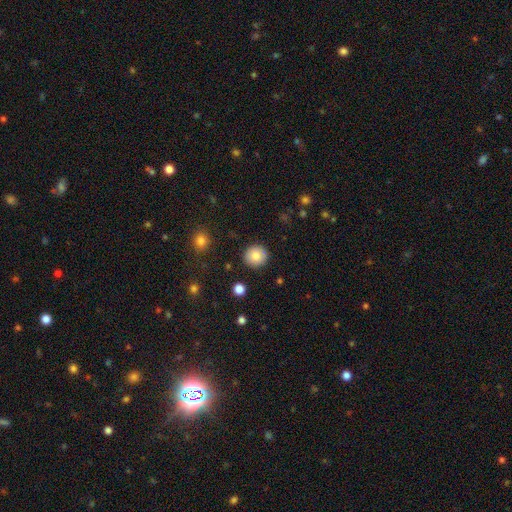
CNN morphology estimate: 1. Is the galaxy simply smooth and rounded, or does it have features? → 85% smooth, 8% star or artifact, 7% featured or disk.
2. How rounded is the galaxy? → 92% round, 7% in between, 1% cigar-shaped.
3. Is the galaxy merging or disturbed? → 91% none, 6% minor disturbance, 2% major disturbance, 1% merger.